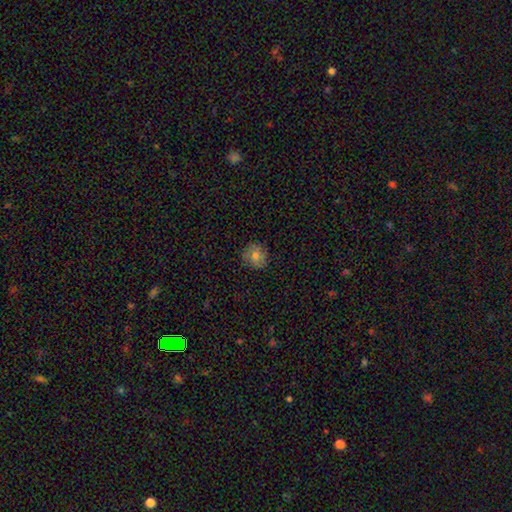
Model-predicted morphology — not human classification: A smooth galaxy with no disk features (62%) that is round (84%).

Vote fractions:
- Smooth or featured? smooth: 62% / featured or disk: 26% / star or artifact: 12%
- How rounded? round: 84% / in between: 15% / cigar-shaped: 1%
- Merging? none: 83% / minor disturbance: 13% / major disturbance: 3% / merger: 1%